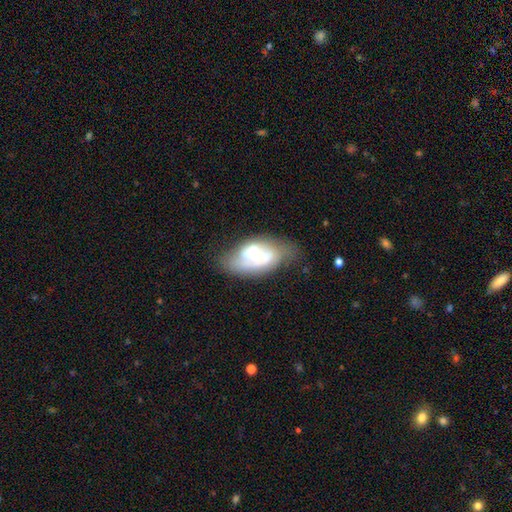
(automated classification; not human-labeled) Smooth or featured?
  - featured or disk: 68% *
  - smooth: 25%
  - star or artifact: 7%
Edge-on disk?
  - no: 94% *
  - yes: 6%
Bar?
  - no: 64% *
  - weak: 28%
  - strong: 8%
Spiral arms?
  - yes: 72% *
  - no: 28%
Bulge size?
  - moderate: 51% *
  - small: 41%
  - large: 5%
  - none: 2%
  - dominant: 1%
Merging?
  - none: 56% *
  - minor disturbance: 24%
  - major disturbance: 11%
  - merger: 10%